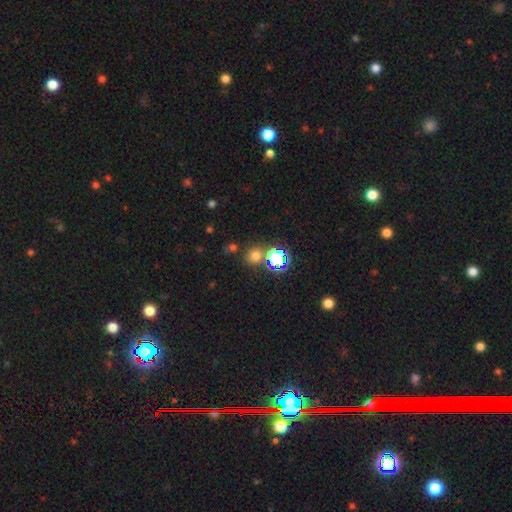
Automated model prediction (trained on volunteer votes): Smooth or featured: smooth — 63% (star or artifact — 30%)
How rounded: round — 87% (in between — 12%)
Merging: none — 70% (merger — 18%)